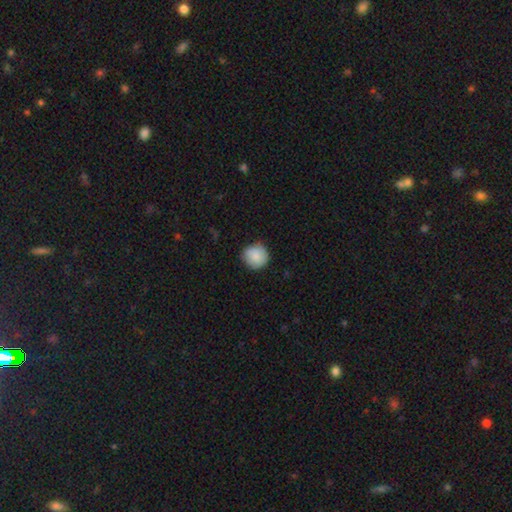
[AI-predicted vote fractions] Smooth or featured? Predicted: smooth (p=0.88). How rounded? Predicted: round (p=0.93). Merging? Predicted: none (p=0.83).